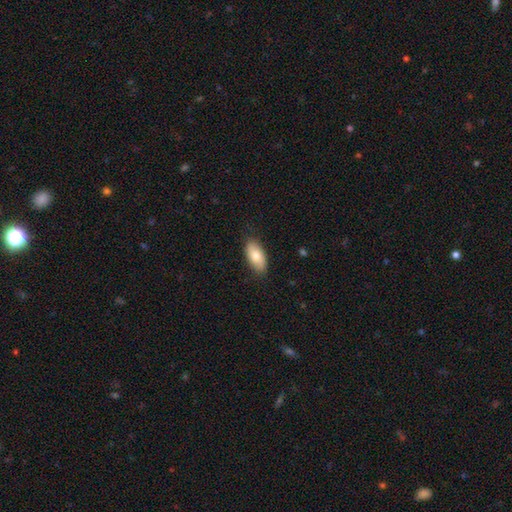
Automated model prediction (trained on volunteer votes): This appears to be a smooth galaxy with no disk features (78%) that is in between round and cigar-shaped (92%). Merging: none (84%).